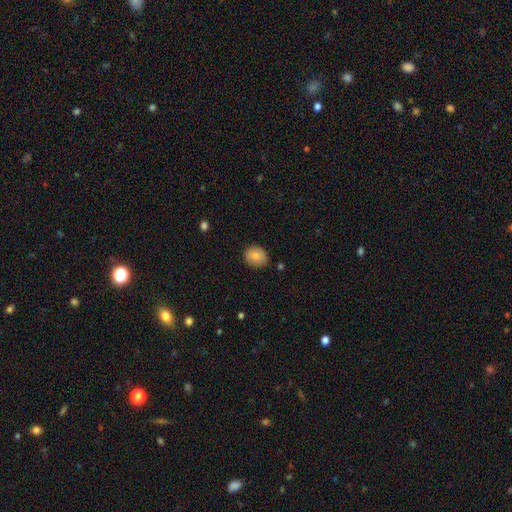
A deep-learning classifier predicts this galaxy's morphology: A smooth galaxy with no disk features (84%) that is round (61%). Merging: none (84%).